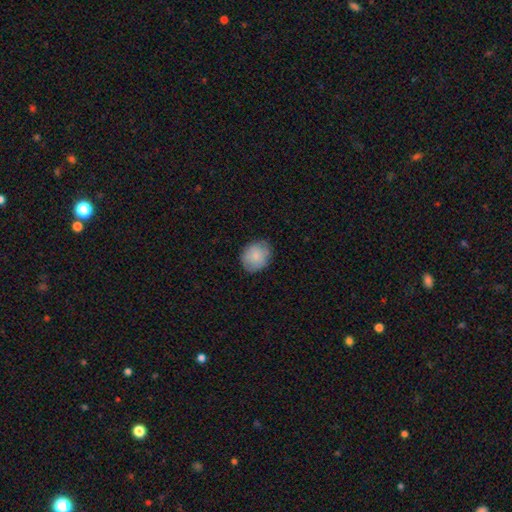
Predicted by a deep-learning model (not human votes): smooth_or_featured: smooth (p=0.81) [alt: featured or disk p=0.12]
how_rounded: round (p=0.60) [alt: in between p=0.40]
merging: none (p=0.79) [alt: minor disturbance p=0.16]